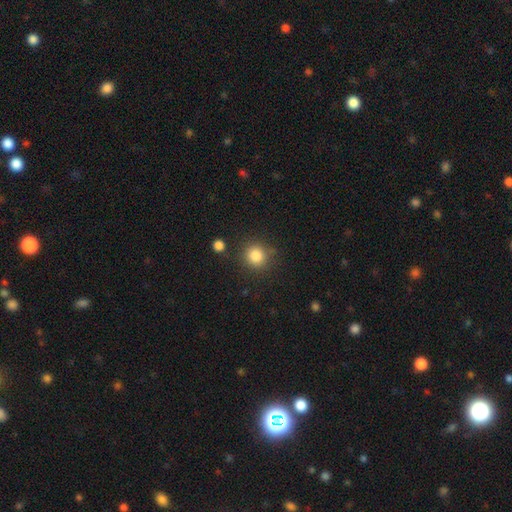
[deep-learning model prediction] Smooth or featured: smooth — 84% (star or artifact — 11%)
How rounded: round — 90% (in between — 9%)
Merging: none — 82% (minor disturbance — 10%)